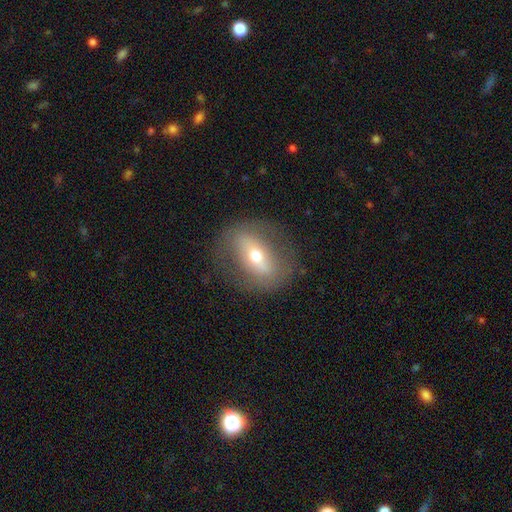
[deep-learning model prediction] Morphology: type=featured or disk (57%); edge-on=no (75%); merging=none (79%).